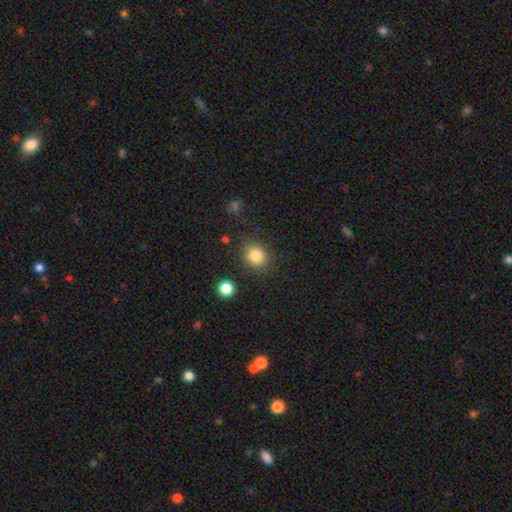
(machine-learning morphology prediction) This is clearly a smooth galaxy (83%). How rounded: likely round (70%). Merging: clearly none (82%).